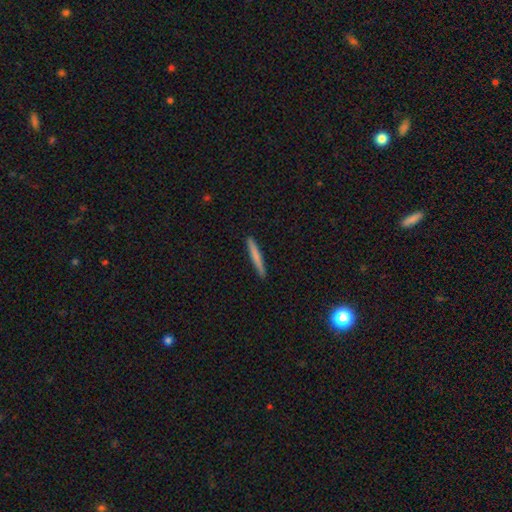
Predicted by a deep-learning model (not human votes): A smooth galaxy with no disk features (71%) that is cigar-shaped (96%). Merging: none (91%).